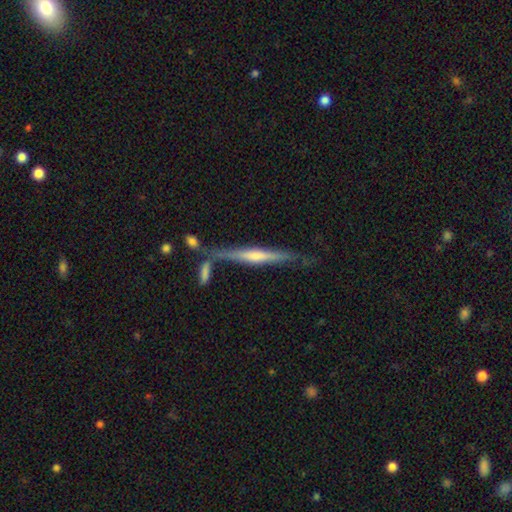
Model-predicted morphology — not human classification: This is likely a featured or disk galaxy (78%). It is clearly viewed edge-on (97%). Edge-on bulge: likely rounded (67%). Merging: likely none (76%).